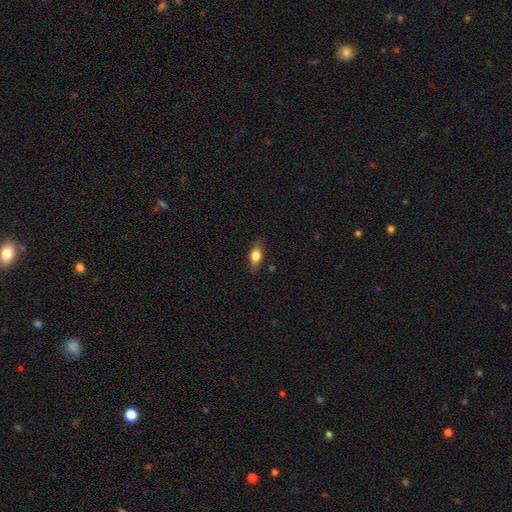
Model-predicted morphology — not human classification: Smooth or featured? Predicted: smooth (p=0.78). How rounded? Predicted: in between (p=0.82). Merging? Predicted: none (p=0.81).